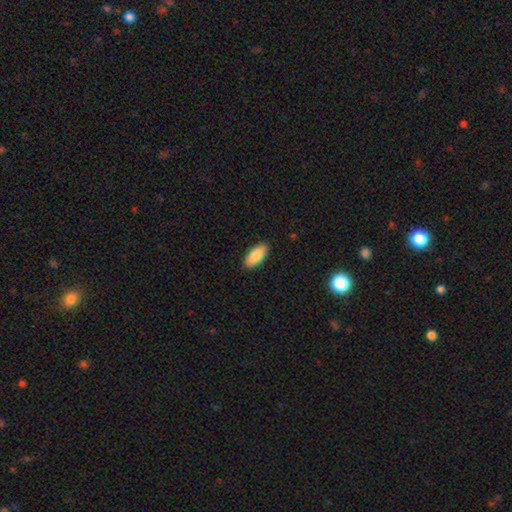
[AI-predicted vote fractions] smooth_or_featured: smooth (p=0.86) [alt: featured or disk p=0.08]
how_rounded: in between (p=0.90) [alt: cigar-shaped p=0.08]
merging: none (p=0.89) [alt: minor disturbance p=0.08]